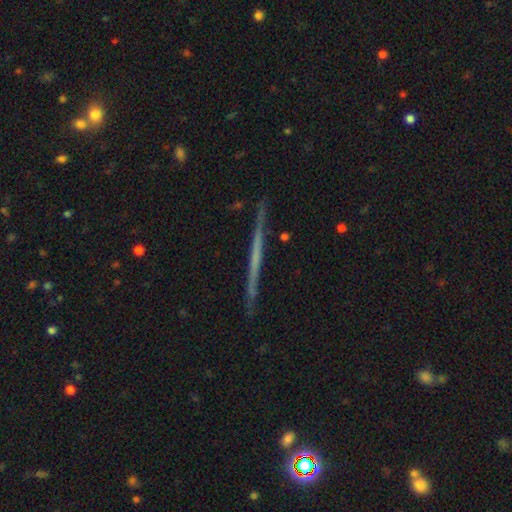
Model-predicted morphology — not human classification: Smooth or featured?
  - featured or disk: 64% *
  - smooth: 30%
  - star or artifact: 6%
Edge-on disk?
  - yes: 98% *
  - no: 2%
Edge-on bulge?
  - none: 91% *
  - rounded: 6%
  - boxy: 3%
Merging?
  - none: 91% *
  - minor disturbance: 6%
  - major disturbance: 1%
  - merger: 1%